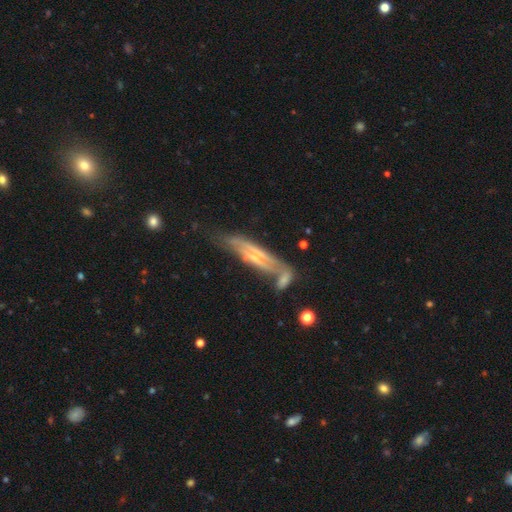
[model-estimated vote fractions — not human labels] This is likely a featured or disk galaxy (64%). It is possibly viewed edge-on (58%). Merging: marginally none (37%).